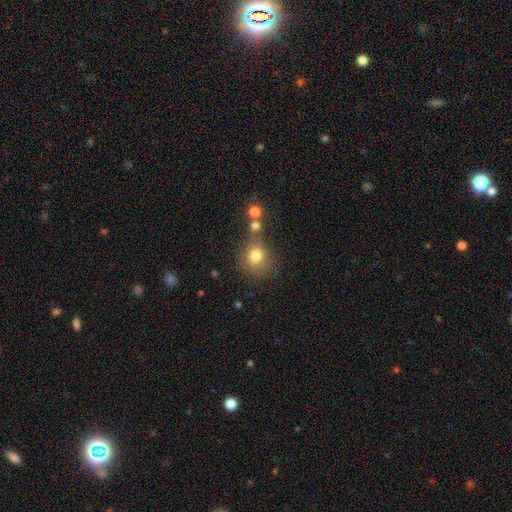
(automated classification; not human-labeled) A smooth galaxy with no disk features (78%) that is round (78%).

Vote fractions:
- Smooth or featured? smooth: 78% / star or artifact: 13% / featured or disk: 9%
- How rounded? round: 78% / in between: 21% / cigar-shaped: 1%
- Merging? none: 58% / merger: 21% / minor disturbance: 14% / major disturbance: 7%